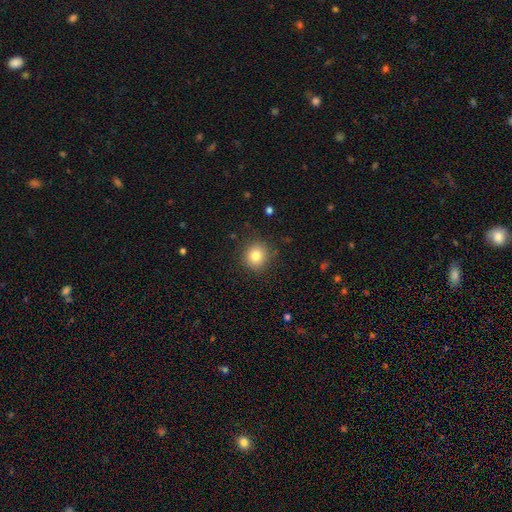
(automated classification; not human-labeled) smooth_or_featured: smooth (p=0.82) [alt: star or artifact p=0.11]
how_rounded: round (p=0.87) [alt: in between p=0.12]
merging: none (p=0.87) [alt: minor disturbance p=0.09]